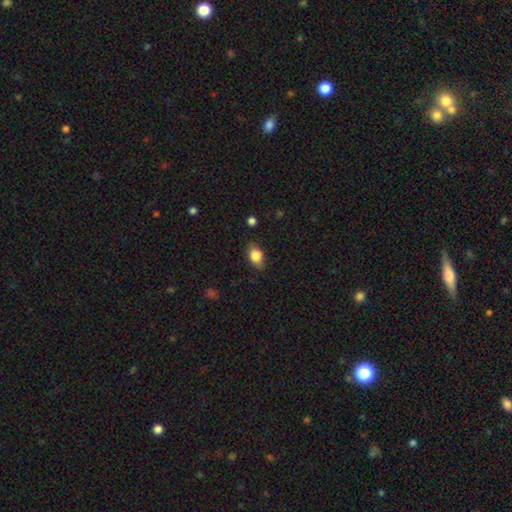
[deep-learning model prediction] A smooth galaxy with no disk features (83%) that is in between round and cigar-shaped (78%). Merging: none (78%).